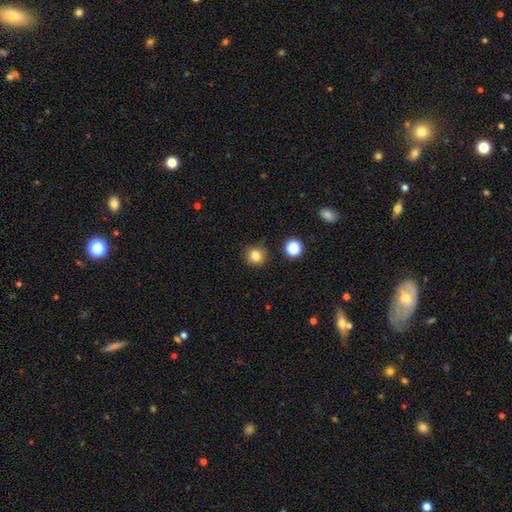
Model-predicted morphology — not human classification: This appears to be a smooth galaxy with no disk features (81%) that is round (91%). Merging: none (88%).